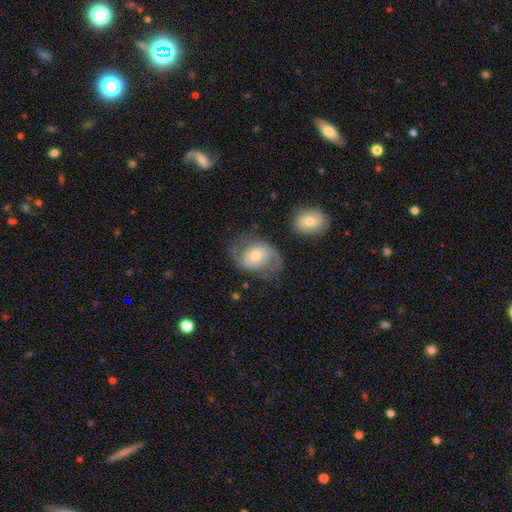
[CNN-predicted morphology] Q: Smooth or featured?
A: featured or disk (64%); runner-up: smooth (29%)
Q: Edge-on disk?
A: no (96%); runner-up: yes (4%)
Q: Bar?
A: no (68%); runner-up: weak (26%)
Q: Spiral arms?
A: yes (80%); runner-up: no (20%)
Q: Bulge size?
A: moderate (60%); runner-up: small (33%)
Q: Merging?
A: none (54%); runner-up: minor disturbance (23%)